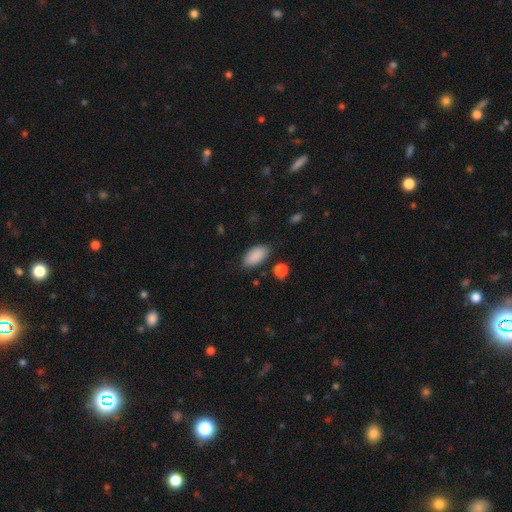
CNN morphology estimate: Overall: smooth (90%). How rounded: in between (93%). Merging: none (82%).